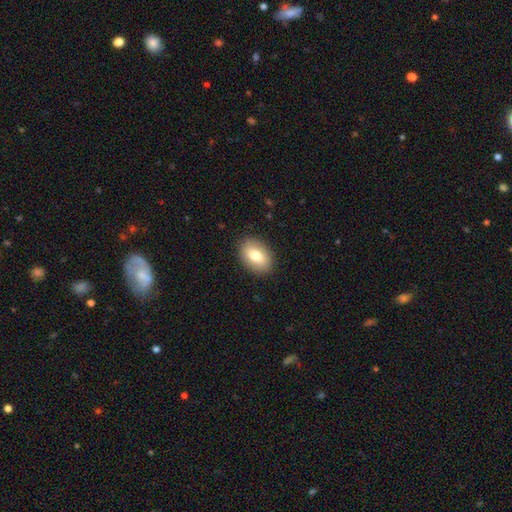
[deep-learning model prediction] smooth-or-featured: smooth: 76% | featured or disk: 16% | star or artifact: 7%
  how-rounded: in between: 85% | round: 13% | cigar-shaped: 1%
  merging: none: 89% | minor disturbance: 8% | major disturbance: 2% | merger: 1%